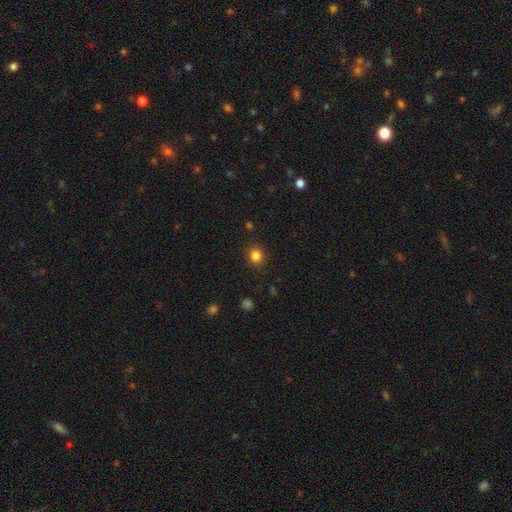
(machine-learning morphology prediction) A smooth galaxy with no disk features (84%) that is round (84%). Merging: none (89%).